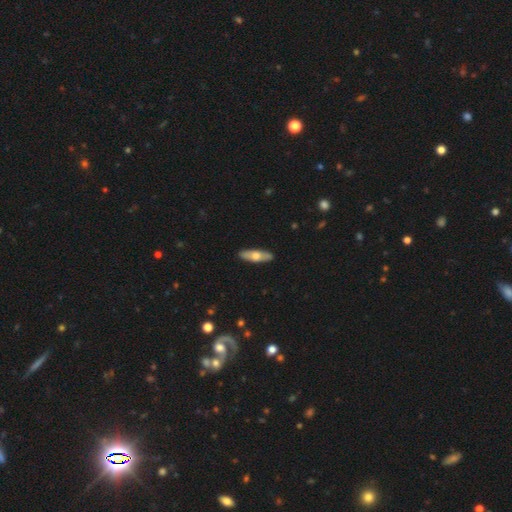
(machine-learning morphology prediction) smooth 56%, featured or disk 39%, star or artifact 5%. Down the decision tree: how rounded — cigar-shaped (53%); merging — none (90%).